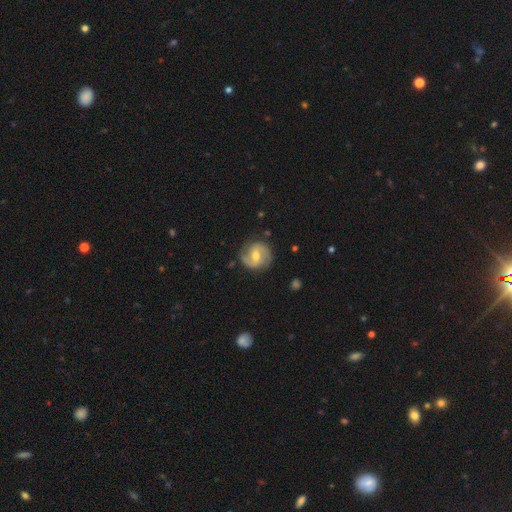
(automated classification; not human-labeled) Smooth or featured: featured or disk — 76% (smooth — 19%)
Edge-on disk: no — 98% (yes — 2%)
Bar: weak — 54% (strong — 24%)
Spiral arms: yes — 91% (no — 9%)
Spiral winding: medium — 49% (tight — 30%)
Spiral arm count: 2 — 87% (can't tell — 6%)
Bulge size: moderate — 67% (small — 26%)
Merging: none — 81% (minor disturbance — 13%)